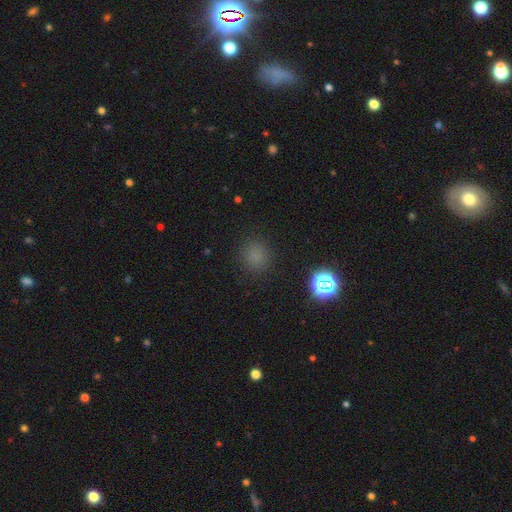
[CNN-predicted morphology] Q: Smooth or featured?
A: smooth (75%); runner-up: star or artifact (21%)
Q: How rounded?
A: round (89%); runner-up: in between (10%)
Q: Merging?
A: none (87%); runner-up: minor disturbance (8%)